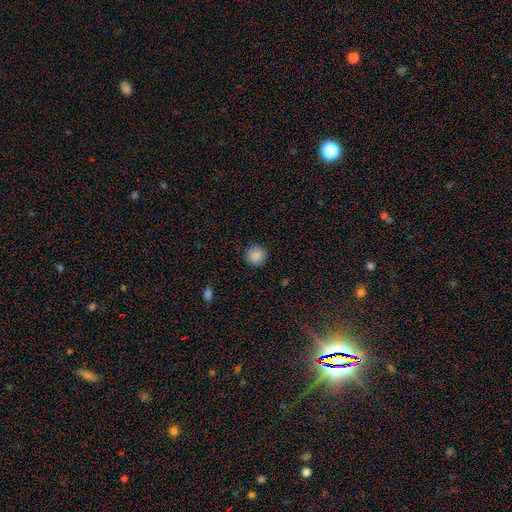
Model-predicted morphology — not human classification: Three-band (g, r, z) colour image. It shows a smooth galaxy with no disk features (88%) that is round (92%). Merging: none (88%).